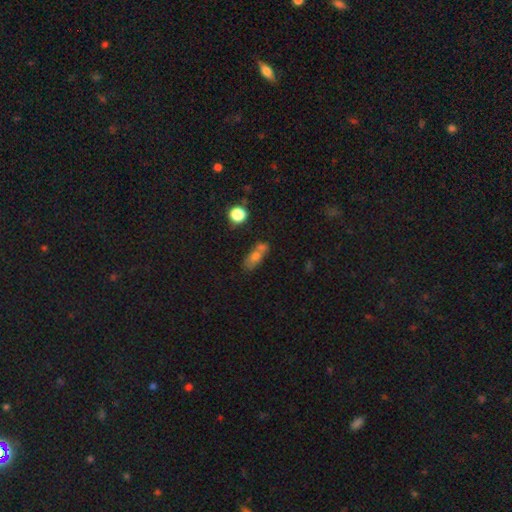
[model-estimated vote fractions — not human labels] smooth_or_featured: smooth (p=0.66) [alt: featured or disk p=0.21]
how_rounded: in between (p=0.70) [alt: cigar-shaped p=0.17]
merging: none (p=0.48) [alt: merger p=0.30]